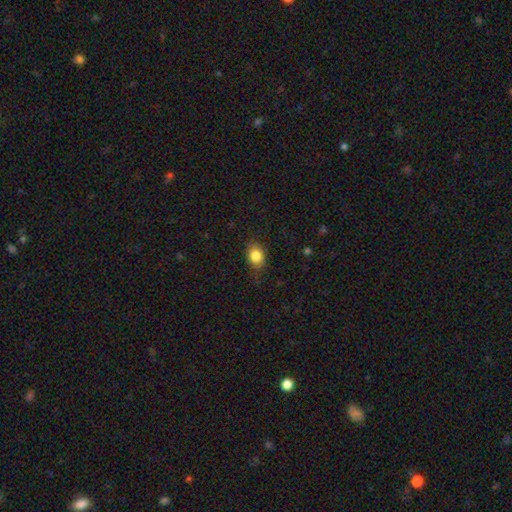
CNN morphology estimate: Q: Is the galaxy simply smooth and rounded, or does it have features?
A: smooth — 84%.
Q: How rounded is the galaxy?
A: in between — 58%.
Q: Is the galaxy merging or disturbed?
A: none — 79%.